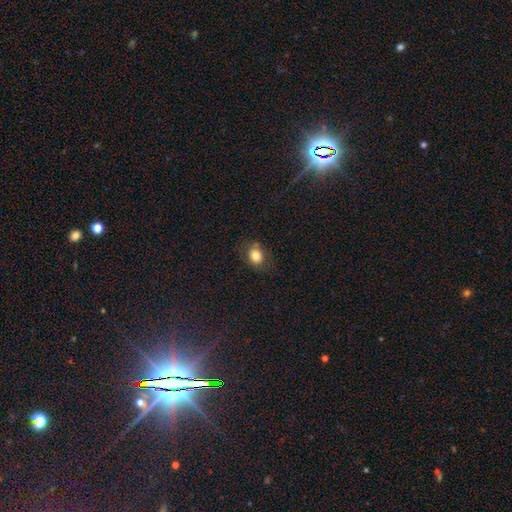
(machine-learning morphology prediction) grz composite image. It shows a smooth galaxy with no disk features (81%) that is in between round and cigar-shaped (59%). Merging: none (73%).